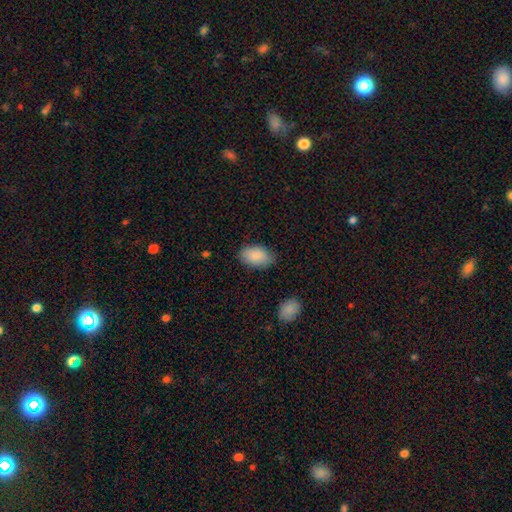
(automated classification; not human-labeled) This appears to be a smooth galaxy with no disk features (88%) that is in between round and cigar-shaped (93%). Merging: none (82%).